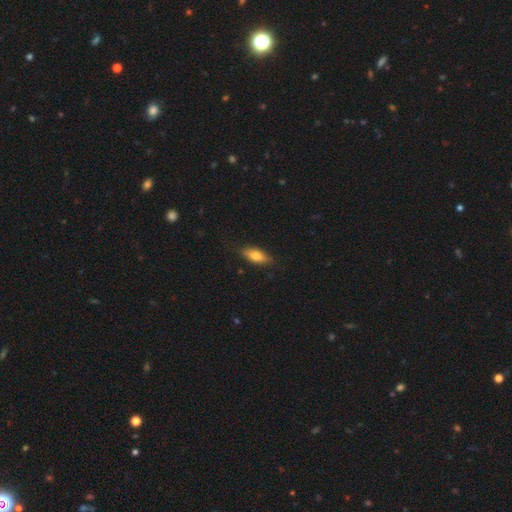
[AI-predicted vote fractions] A smooth galaxy with no disk features (72%) that is in between round and cigar-shaped (74%). Merging: none (83%).